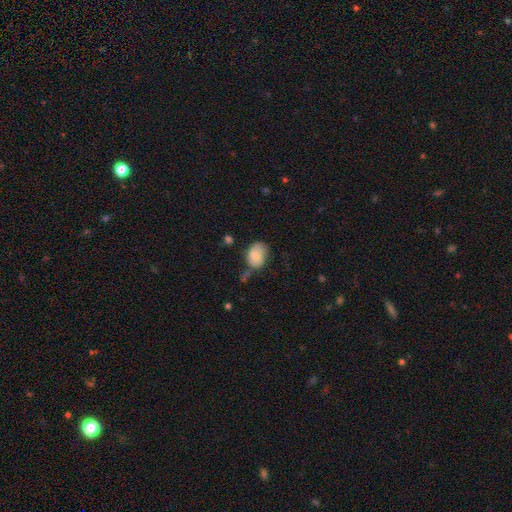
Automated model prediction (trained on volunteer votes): smooth_or_featured: smooth (p=0.78) [alt: featured or disk p=0.14]
how_rounded: in between (p=0.73) [alt: round p=0.26]
merging: none (p=0.52) [alt: minor disturbance p=0.32]